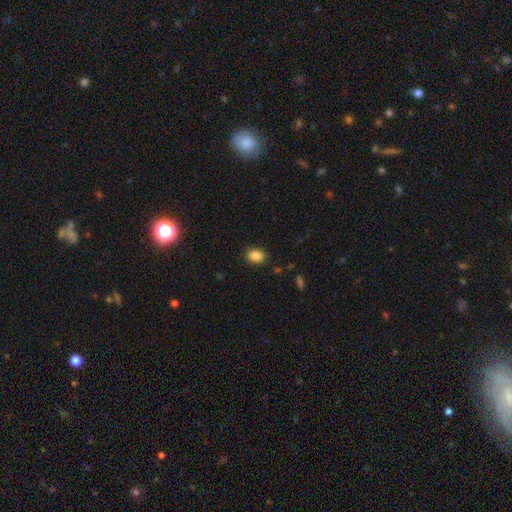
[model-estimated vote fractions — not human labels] A smooth galaxy with no disk features (86%) that is in between round and cigar-shaped (75%).

Vote fractions:
- Smooth or featured? smooth: 86% / star or artifact: 9% / featured or disk: 5%
- How rounded? in between: 75% / round: 24% / cigar-shaped: 1%
- Merging? none: 87% / minor disturbance: 10% / major disturbance: 2% / merger: 1%